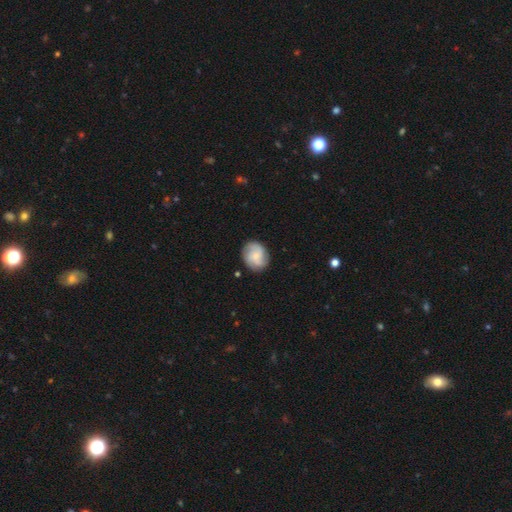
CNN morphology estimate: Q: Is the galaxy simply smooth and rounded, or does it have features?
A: featured or disk — 51%.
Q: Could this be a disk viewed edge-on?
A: no — 98%.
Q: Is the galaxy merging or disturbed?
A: none — 83%.